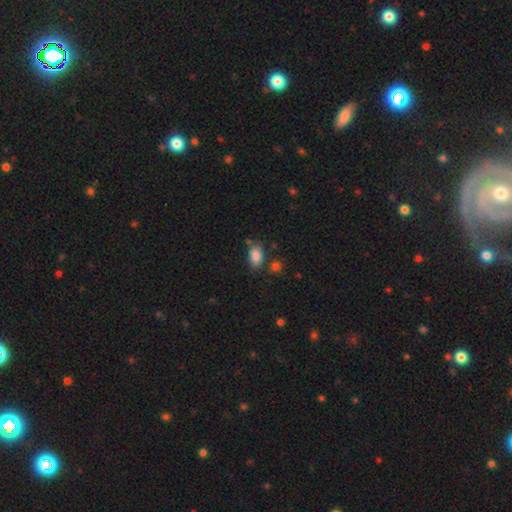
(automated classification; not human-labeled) smooth 85%, star or artifact 9%, featured or disk 6%. Down the decision tree: how rounded — in between (90%); merging — none (70%).